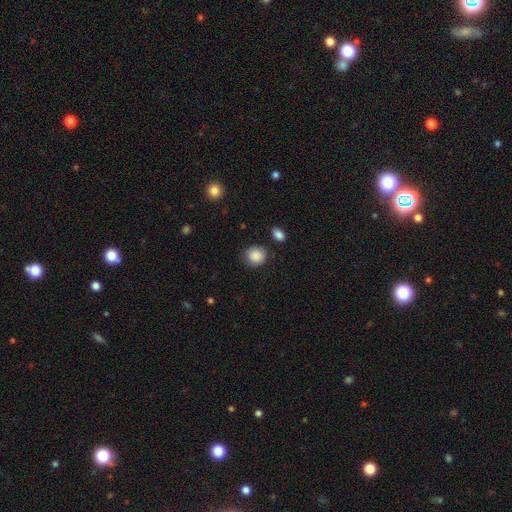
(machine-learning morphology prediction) Smooth or featured? Predicted: smooth (p=0.88). How rounded? Predicted: round (p=0.84). Merging? Predicted: none (p=0.82).